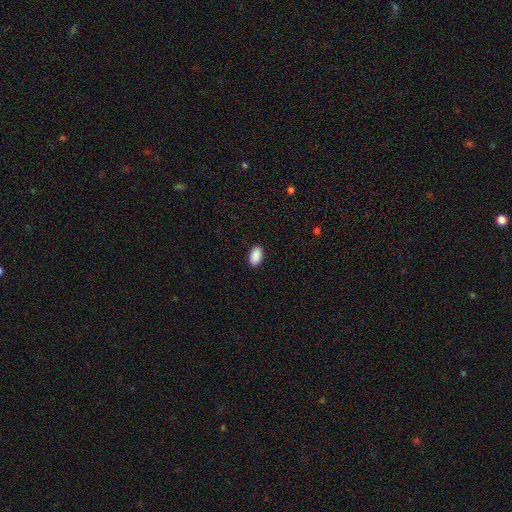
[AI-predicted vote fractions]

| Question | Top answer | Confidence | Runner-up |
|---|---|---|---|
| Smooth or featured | smooth | 91% | star or artifact (7%) |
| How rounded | in between | 95% | round (3%) |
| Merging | none | 90% | minor disturbance (7%) |